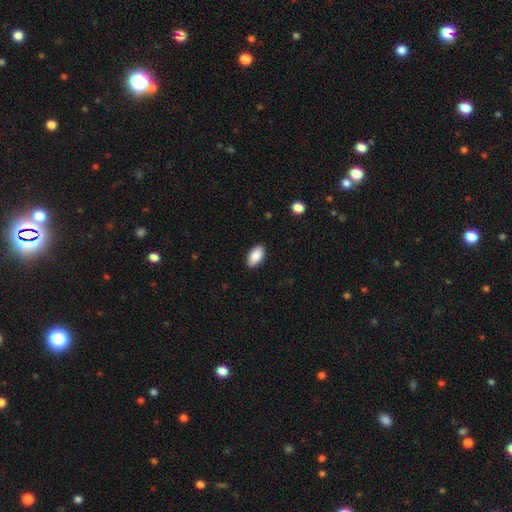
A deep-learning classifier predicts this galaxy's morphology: A smooth galaxy with no disk features (89%) that is in between round and cigar-shaped (95%).

Vote fractions:
- Smooth or featured? smooth: 89% / star or artifact: 7% / featured or disk: 5%
- How rounded? in between: 95% / round: 3% / cigar-shaped: 3%
- Merging? none: 88% / minor disturbance: 9% / major disturbance: 2% / merger: 1%